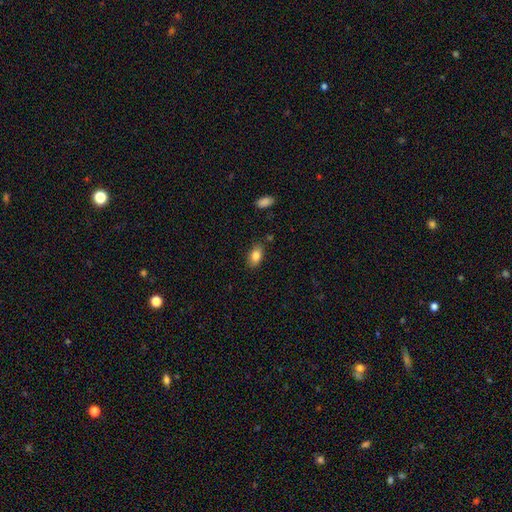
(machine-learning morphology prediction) Smooth or featured: smooth — 84% (star or artifact — 8%)
How rounded: in between — 90% (round — 7%)
Merging: none — 82% (minor disturbance — 13%)